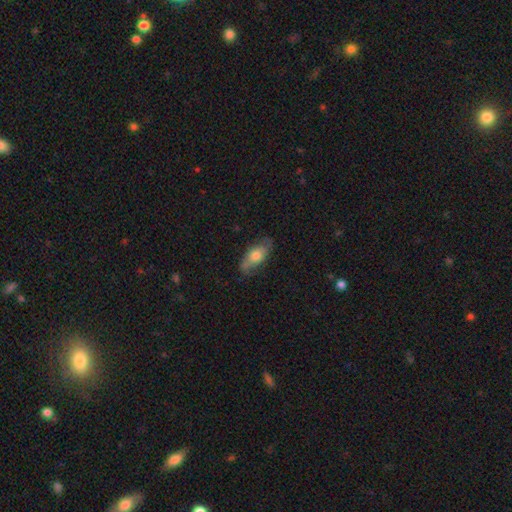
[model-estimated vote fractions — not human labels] smooth 61%, featured or disk 32%, star or artifact 7%. Down the decision tree: how rounded — in between (83%); merging — none (72%).